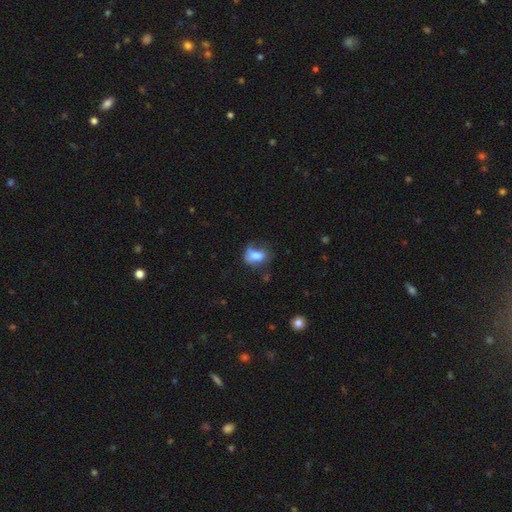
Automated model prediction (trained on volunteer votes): smooth_or_featured: smooth (p=0.73) [alt: featured or disk p=0.17]
how_rounded: in between (p=0.79) [alt: round p=0.19]
merging: none (p=0.38) [alt: minor disturbance p=0.31]